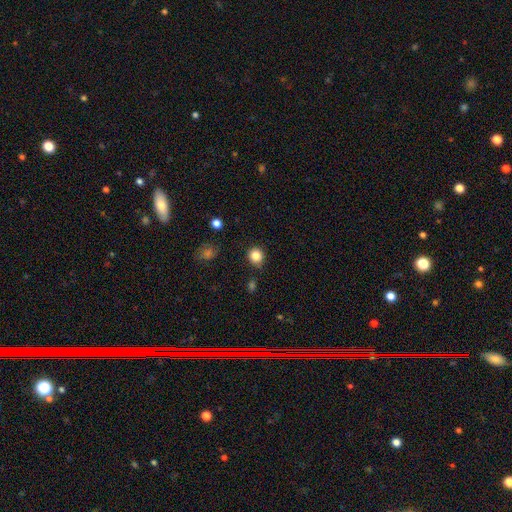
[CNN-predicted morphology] Smooth or featured?
  - smooth: 84% *
  - star or artifact: 11%
  - featured or disk: 5%
How rounded?
  - round: 89% *
  - in between: 10%
  - cigar-shaped: 1%
Merging?
  - none: 83% *
  - minor disturbance: 12%
  - major disturbance: 3%
  - merger: 2%